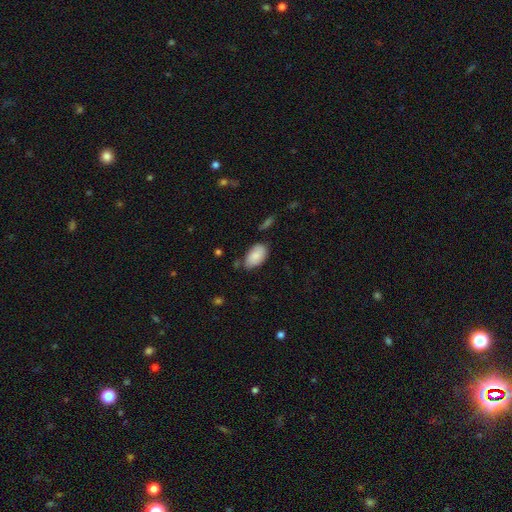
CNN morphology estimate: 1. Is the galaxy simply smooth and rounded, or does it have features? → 85% smooth, 8% featured or disk, 6% star or artifact.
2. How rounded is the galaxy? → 94% in between, 5% round, 1% cigar-shaped.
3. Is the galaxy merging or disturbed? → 69% none, 23% minor disturbance, 4% major disturbance, 4% merger.